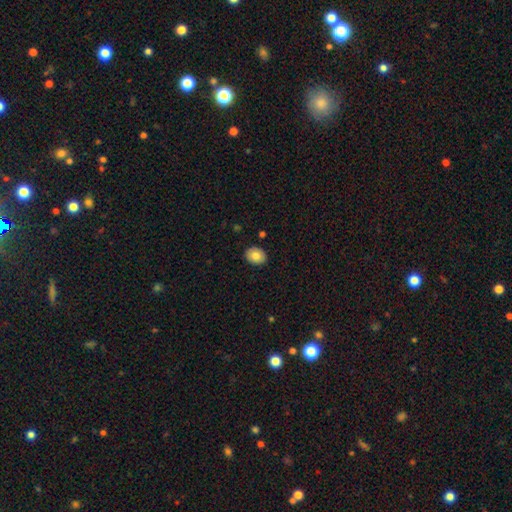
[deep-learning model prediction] This is likely a smooth galaxy (79%). How rounded: possibly in between (52%). Merging: clearly none (89%).